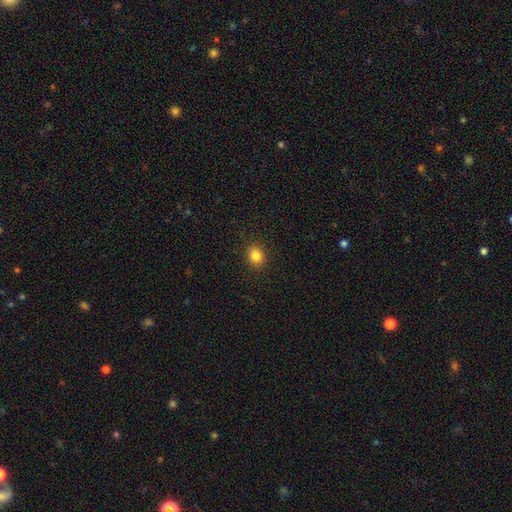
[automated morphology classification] Overall: smooth (84%). How rounded: round (70%). Merging: none (91%).